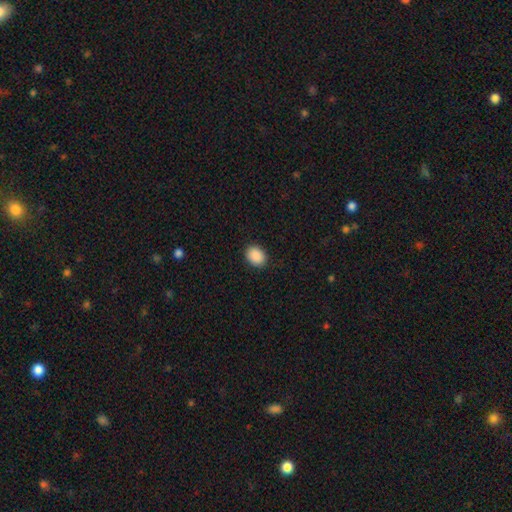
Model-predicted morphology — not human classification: Overall: smooth (90%). How rounded: in between (60%; round 40%). Merging: none (90%).